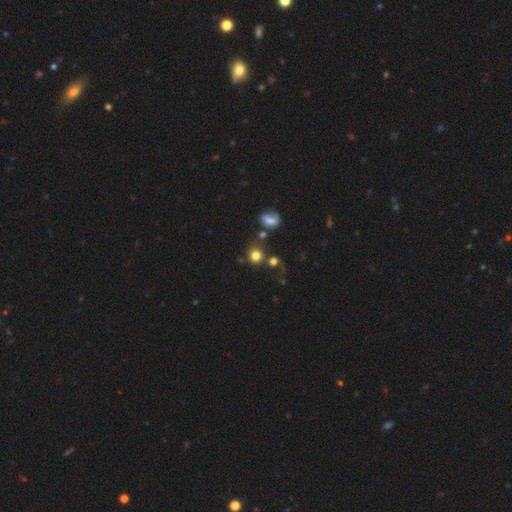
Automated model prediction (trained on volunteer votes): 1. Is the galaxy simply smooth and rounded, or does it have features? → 78% smooth, 15% star or artifact, 8% featured or disk.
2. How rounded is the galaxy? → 87% round, 12% in between, 1% cigar-shaped.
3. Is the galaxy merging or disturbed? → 67% none, 15% merger, 12% minor disturbance, 6% major disturbance.